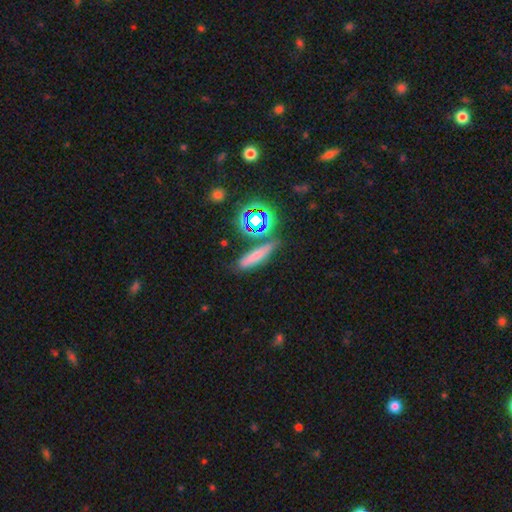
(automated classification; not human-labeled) Overall: smooth (64%). How rounded: cigar-shaped (69%). Merging: none (75%).